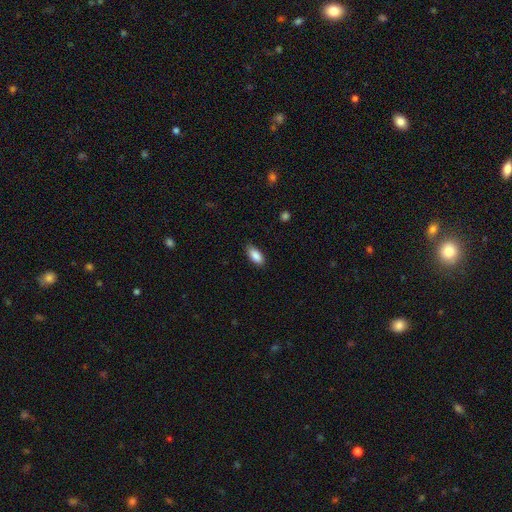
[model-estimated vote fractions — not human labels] Smooth or featured? Predicted: smooth (p=0.88). How rounded? Predicted: in between (p=0.88). Merging? Predicted: none (p=0.85).